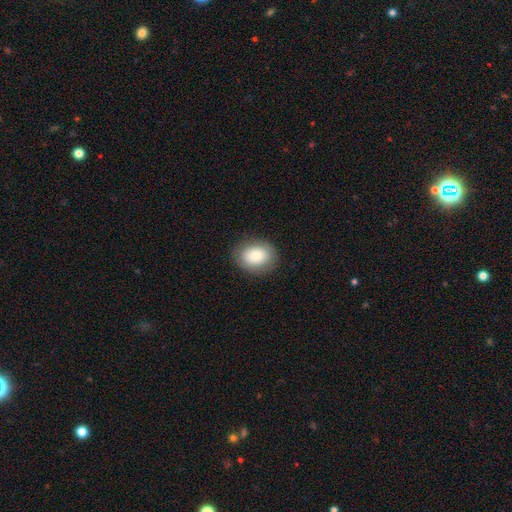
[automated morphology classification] smooth 82%, featured or disk 11%, star or artifact 7%. Down the decision tree: how rounded — in between (60%); merging — none (85%).